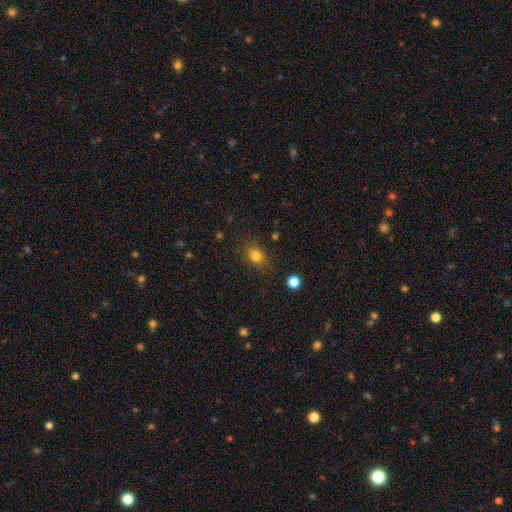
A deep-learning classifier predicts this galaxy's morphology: Q: Smooth or featured?
A: smooth (80%); runner-up: star or artifact (12%)
Q: How rounded?
A: in between (59%); runner-up: round (39%)
Q: Merging?
A: none (83%); runner-up: minor disturbance (11%)